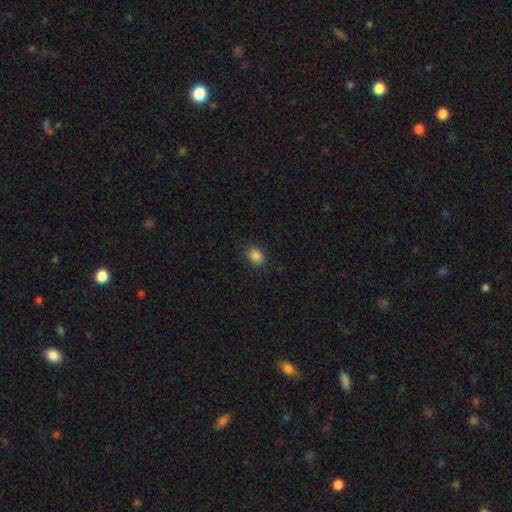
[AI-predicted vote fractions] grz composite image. It shows a smooth galaxy with no disk features (85%) that is in between round and cigar-shaped (52%). Merging: none (85%).